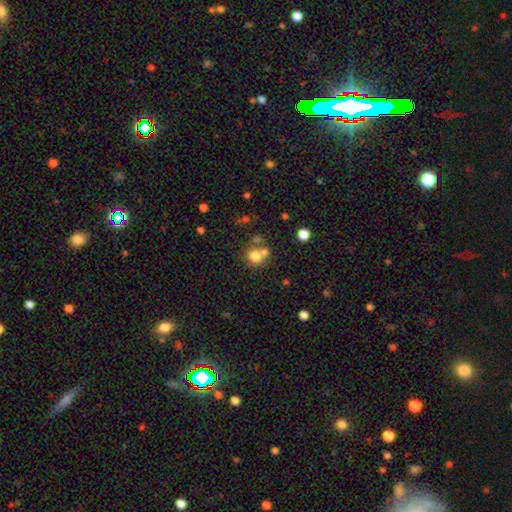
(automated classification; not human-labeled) This is likely a smooth galaxy (75%). How rounded: clearly round (86%). Merging: possibly none (52%).